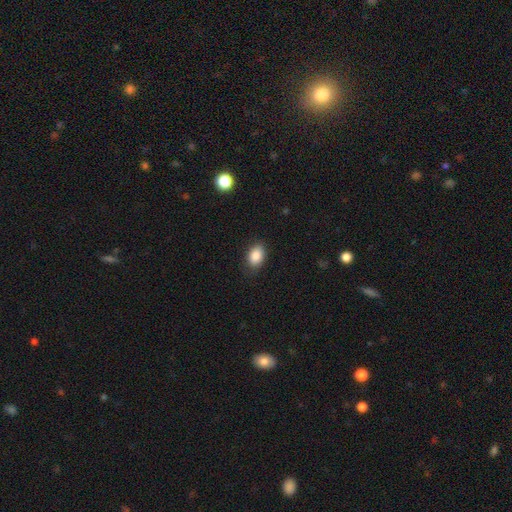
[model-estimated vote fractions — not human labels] This appears to be a smooth galaxy with no disk features (87%) that is in between round and cigar-shaped (83%). Merging: none (83%).